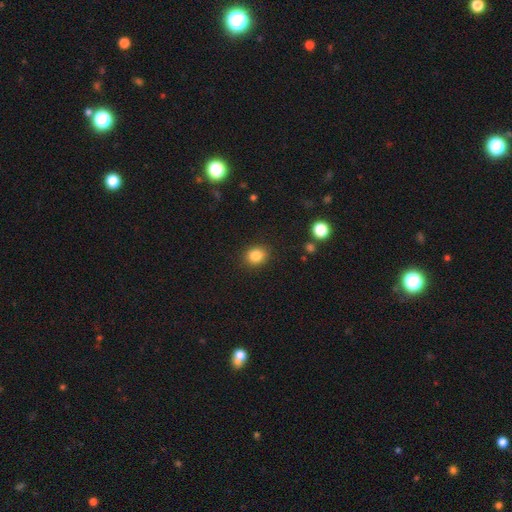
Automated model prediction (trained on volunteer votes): Smooth or featured? Predicted: smooth (p=0.85). How rounded? Predicted: round (p=0.67). Merging? Predicted: none (p=0.88).